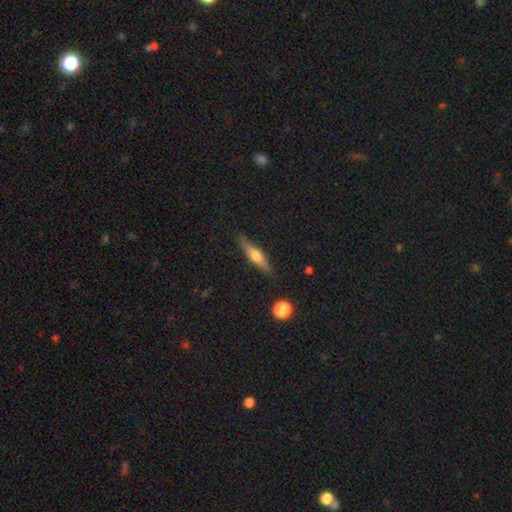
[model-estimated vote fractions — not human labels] A featured or disk galaxy (58%) viewed edge-on (95%) with a rounded central bulge (89%).

Vote fractions:
- Smooth or featured? featured or disk: 58% / smooth: 35% / star or artifact: 6%
- Edge-on disk? yes: 95% / no: 5%
- Edge-on bulge? rounded: 89% / boxy: 7% / none: 5%
- Merging? none: 86% / minor disturbance: 10% / major disturbance: 2% / merger: 1%